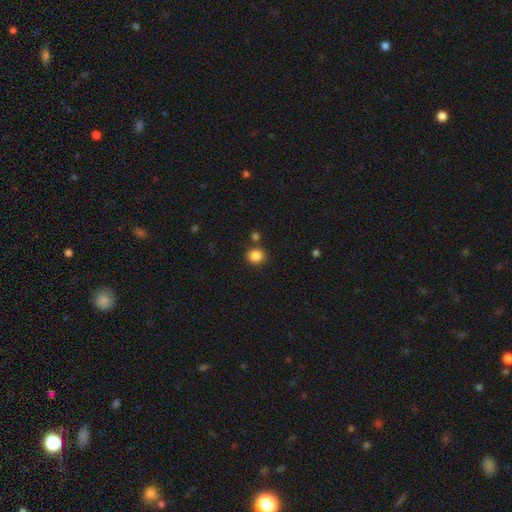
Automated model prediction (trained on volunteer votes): smooth_or_featured: smooth (p=0.85) [alt: star or artifact p=0.11]
how_rounded: round (p=0.84) [alt: in between p=0.15]
merging: none (p=0.81) [alt: merger p=0.08]